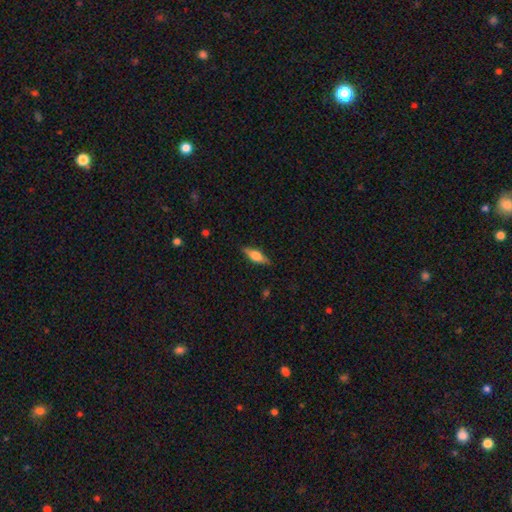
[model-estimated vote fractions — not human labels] Smooth or featured: smooth — 49% (featured or disk — 45%)
Merging: none — 86% (minor disturbance — 11%)